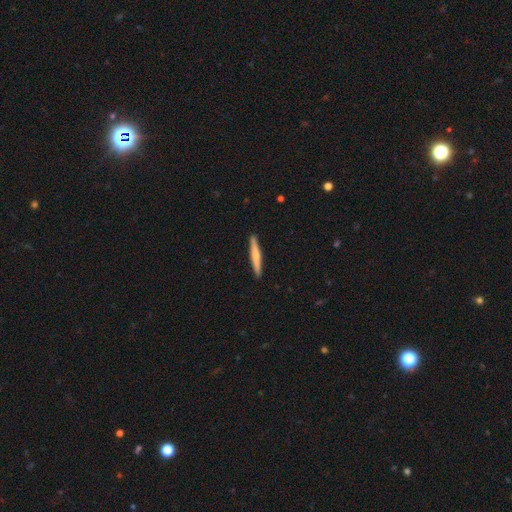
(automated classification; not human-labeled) This appears to be a smooth galaxy with no disk features (59%) that is cigar-shaped (95%). Merging: none (92%).